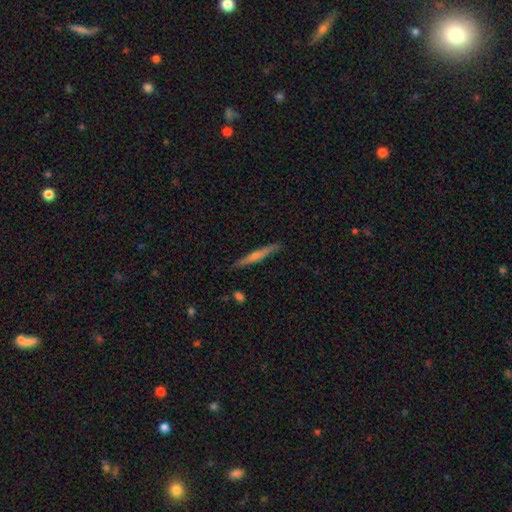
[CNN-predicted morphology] Overall: featured or disk (54%; smooth 40%). Edge-on disk: yes (97%). Edge-on bulge: rounded (69%). Merging: none (90%).